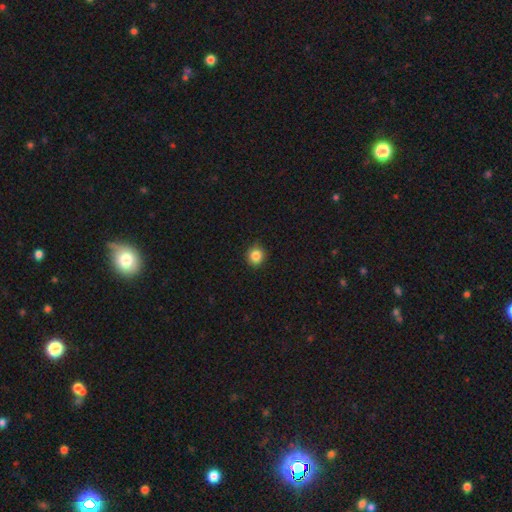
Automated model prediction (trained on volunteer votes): Q: Smooth or featured?
A: smooth (85%); runner-up: star or artifact (10%)
Q: How rounded?
A: round (86%); runner-up: in between (13%)
Q: Merging?
A: none (90%); runner-up: minor disturbance (8%)